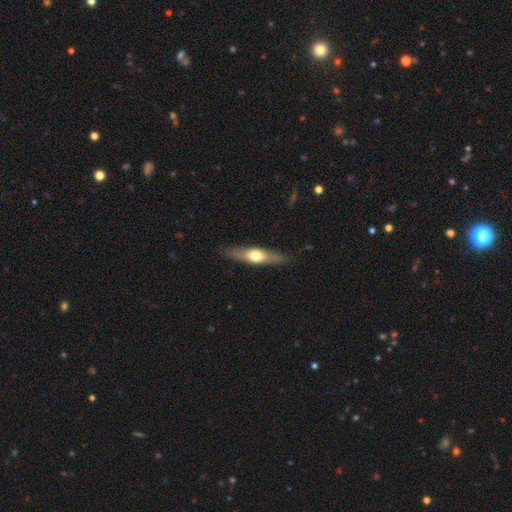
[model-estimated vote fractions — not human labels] The model was most divided on "smooth or featured": smooth: 48%, featured or disk: 47%, star or artifact: 5%. More confident: merging — none (86%).